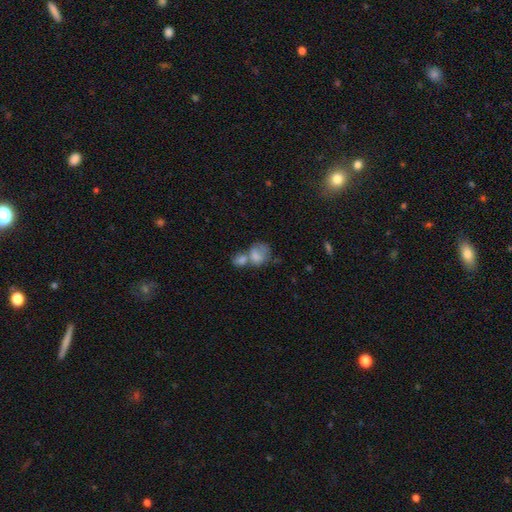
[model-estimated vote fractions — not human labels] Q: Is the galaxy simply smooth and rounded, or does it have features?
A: smooth — 72%.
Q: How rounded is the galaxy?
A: in between — 64%.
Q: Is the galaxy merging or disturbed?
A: merger — 65%.